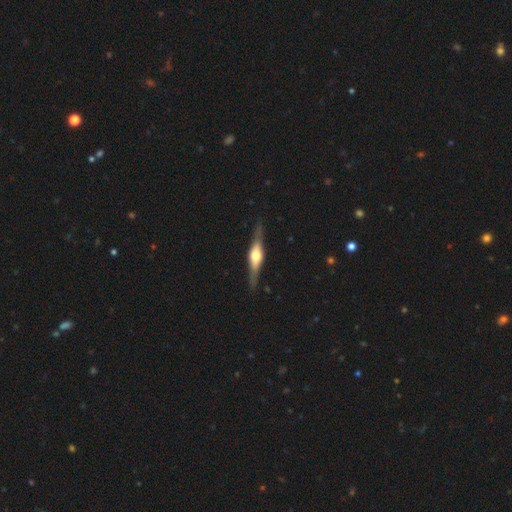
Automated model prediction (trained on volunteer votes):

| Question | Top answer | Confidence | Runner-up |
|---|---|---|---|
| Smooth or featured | featured or disk | 74% | smooth (21%) |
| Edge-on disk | yes | 96% | no (4%) |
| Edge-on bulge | rounded | 87% | boxy (10%) |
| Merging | none | 87% | minor disturbance (9%) |